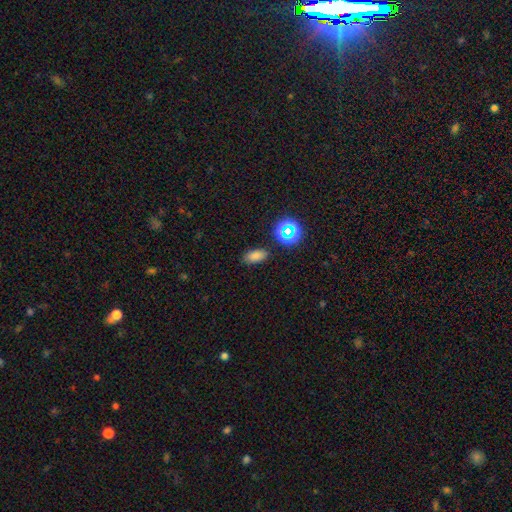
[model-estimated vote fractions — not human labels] Smooth or featured?
  - smooth: 78% *
  - star or artifact: 17%
  - featured or disk: 6%
How rounded?
  - in between: 86% *
  - round: 9%
  - cigar-shaped: 5%
Merging?
  - none: 84% *
  - minor disturbance: 11%
  - major disturbance: 3%
  - merger: 2%